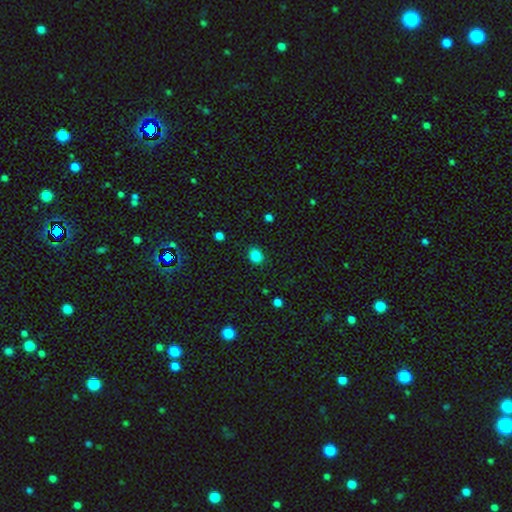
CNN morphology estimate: smooth 84%, star or artifact 12%, featured or disk 4%. Down the decision tree: how rounded — round (64%); merging — none (88%).